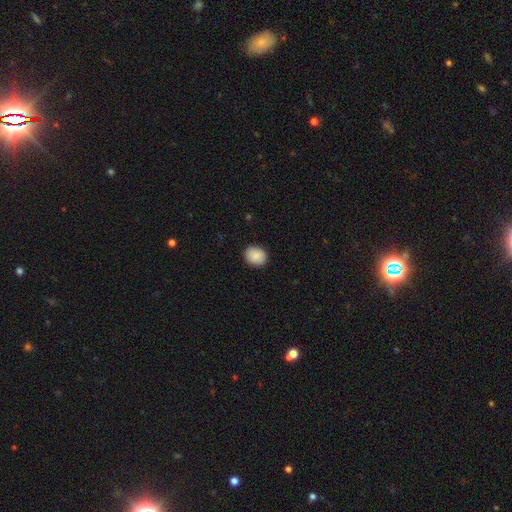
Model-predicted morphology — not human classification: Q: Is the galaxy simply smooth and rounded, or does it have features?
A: smooth — 89%.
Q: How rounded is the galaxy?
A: round — 63%.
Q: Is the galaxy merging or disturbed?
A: none — 88%.